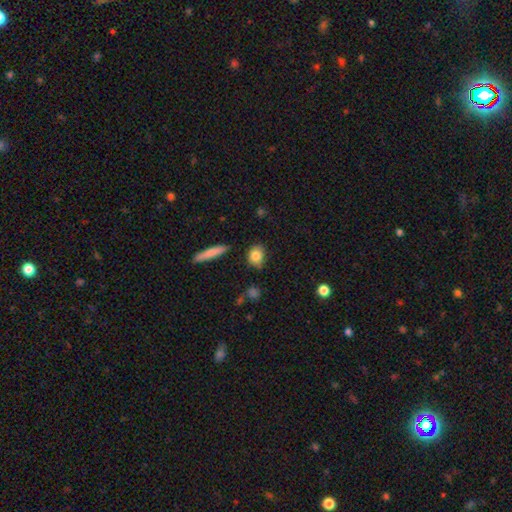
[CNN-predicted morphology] This appears to be a smooth galaxy with no disk features (82%) that is in between round and cigar-shaped (48%). Merging: none (78%).